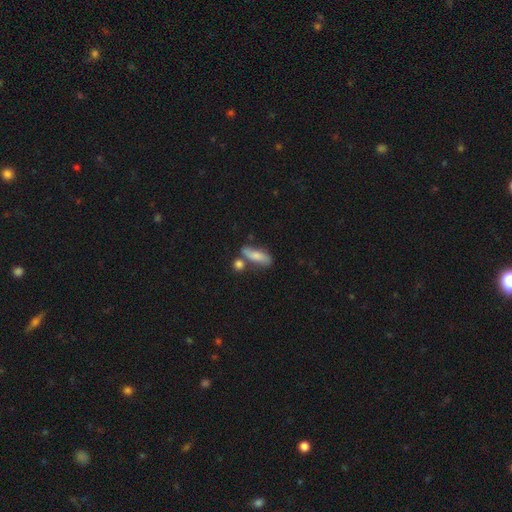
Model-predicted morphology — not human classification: Smooth or featured? Predicted: smooth (p=0.67). How rounded? Predicted: in between (p=0.56). Merging? Predicted: none (p=0.49).